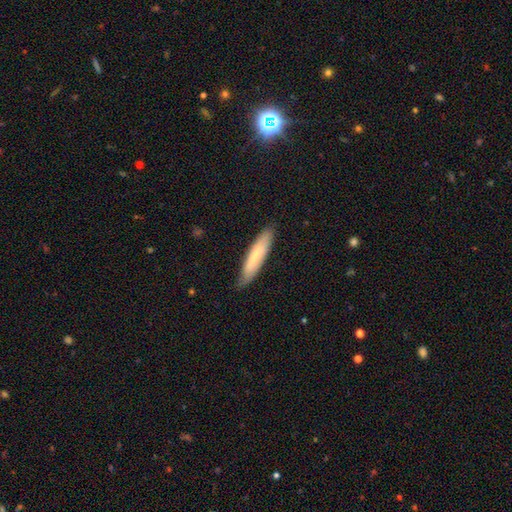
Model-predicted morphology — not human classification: Smooth or featured?
  - smooth: 64% *
  - featured or disk: 30%
  - star or artifact: 6%
How rounded?
  - cigar-shaped: 80% *
  - in between: 18%
  - round: 1%
Merging?
  - none: 82% *
  - minor disturbance: 14%
  - major disturbance: 2%
  - merger: 1%